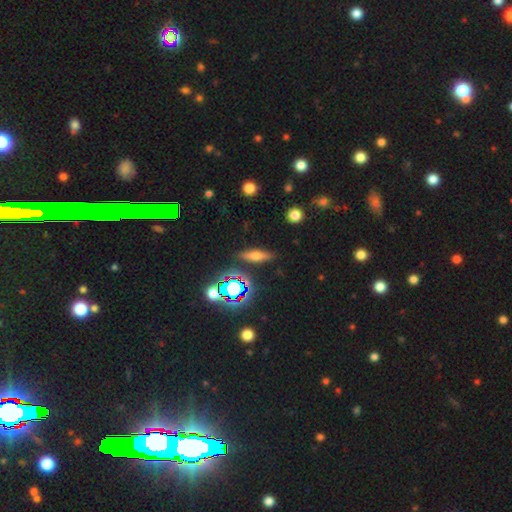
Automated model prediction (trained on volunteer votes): This appears to be a smooth galaxy with no disk features (48%). Merging: none (85%).